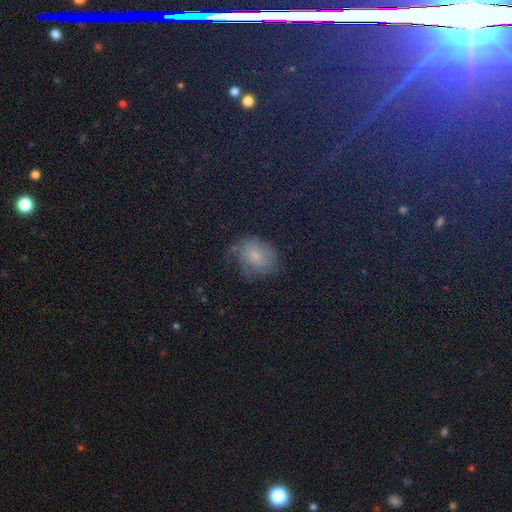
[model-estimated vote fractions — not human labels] A smooth galaxy with no disk features (43%).

Vote fractions:
- Smooth or featured? smooth: 43% / star or artifact: 30% / featured or disk: 27%
- Merging? none: 55% / minor disturbance: 27% / major disturbance: 15% / merger: 3%